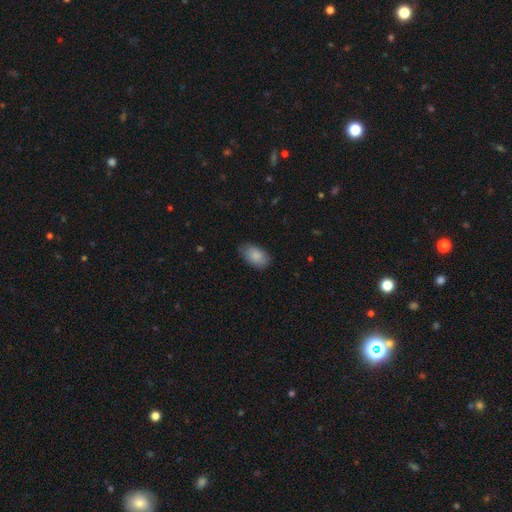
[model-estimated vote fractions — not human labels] A smooth galaxy with no disk features (86%) that is in between round and cigar-shaped (94%).

Vote fractions:
- Smooth or featured? smooth: 86% / featured or disk: 8% / star or artifact: 6%
- How rounded? in between: 94% / round: 5% / cigar-shaped: 1%
- Merging? none: 78% / minor disturbance: 18% / major disturbance: 3% / merger: 1%